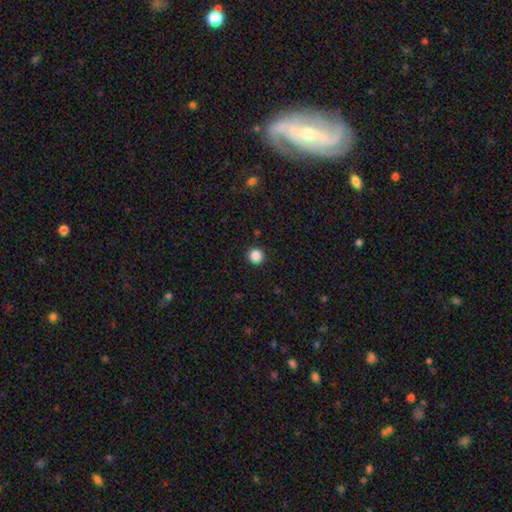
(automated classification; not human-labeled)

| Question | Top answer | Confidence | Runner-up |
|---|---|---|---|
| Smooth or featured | smooth | 87% | star or artifact (11%) |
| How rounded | round | 95% | in between (4%) |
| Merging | none | 92% | minor disturbance (5%) |